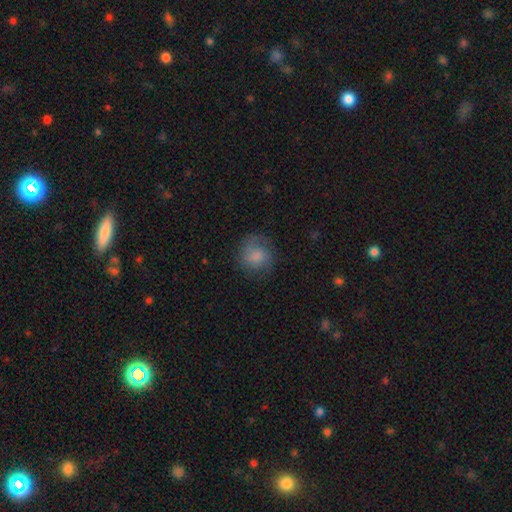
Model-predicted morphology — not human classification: This appears to be a smooth galaxy with no disk features (75%) that is round (86%). Merging: none (71%).